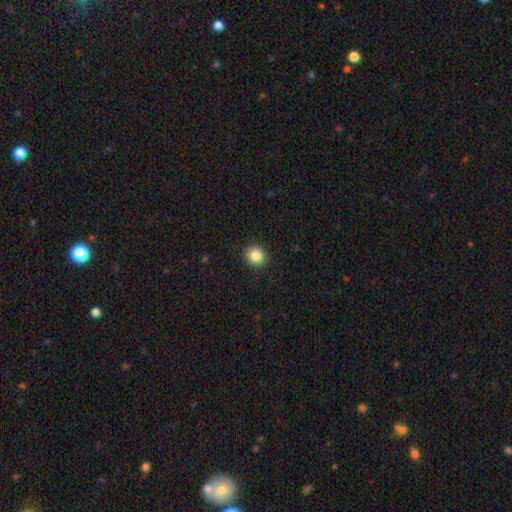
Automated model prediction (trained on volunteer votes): Morphology: type=smooth (86%); roundness=round (86%); merging=none (91%).